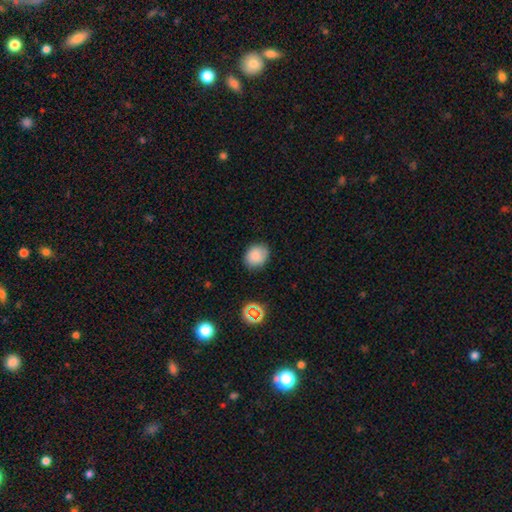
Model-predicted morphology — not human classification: smooth 84%, star or artifact 11%, featured or disk 6%. Down the decision tree: how rounded — round (58%); merging — none (83%).